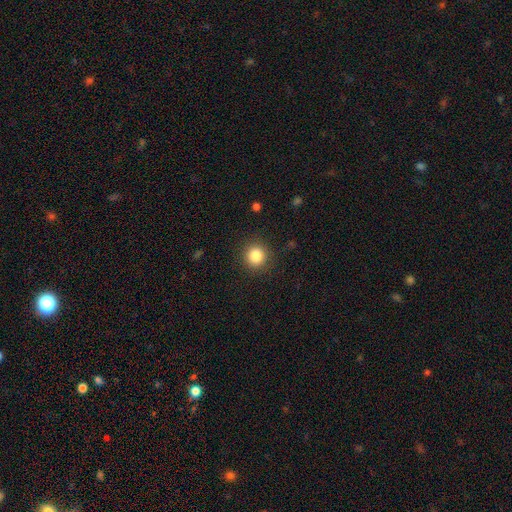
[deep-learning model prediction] Smooth or featured? Predicted: smooth (p=0.85). How rounded? Predicted: round (p=0.93). Merging? Predicted: none (p=0.90).